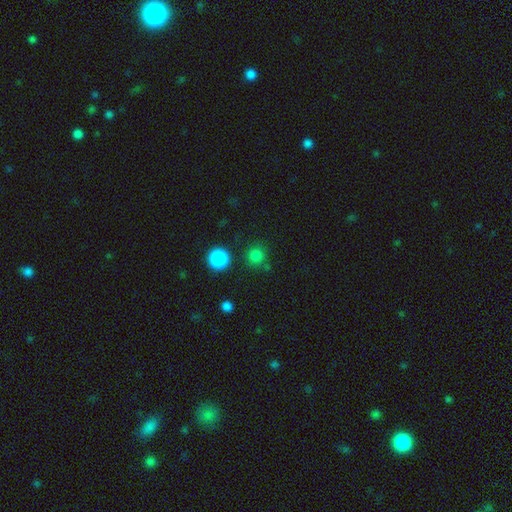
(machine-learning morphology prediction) Smooth or featured? smooth (79%)
How rounded? round (93%)
Merging? none (82%)